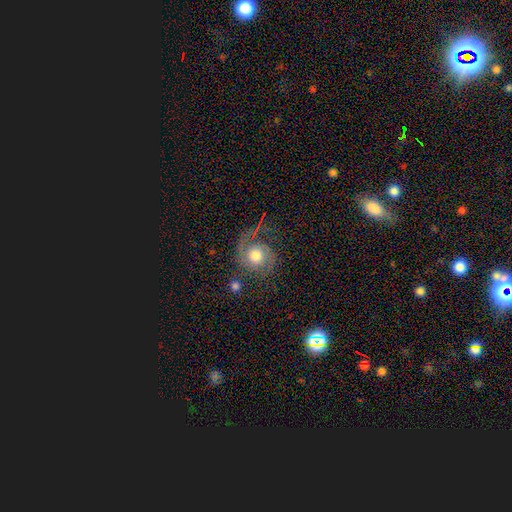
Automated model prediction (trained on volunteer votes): smooth-or-featured: featured or disk: 71% | smooth: 22% | star or artifact: 8%
  disk-edge-on: no: 98% | yes: 2%
    bar: no: 77% | weak: 19% | strong: 3%
    has-spiral-arms: yes: 93% | no: 7%
      spiral-winding: medium: 44% | tight: 29% | loose: 27%
      spiral-arm-count: 2: 72% | 1: 18% | can't tell: 5% | 3: 2% | 4: 1% | more than 4: 1%
    bulge-size: moderate: 51% | large: 38% | small: 5% | dominant: 4% | none: 2%
  merging: none: 59% | minor disturbance: 18% | major disturbance: 18% | merger: 5%